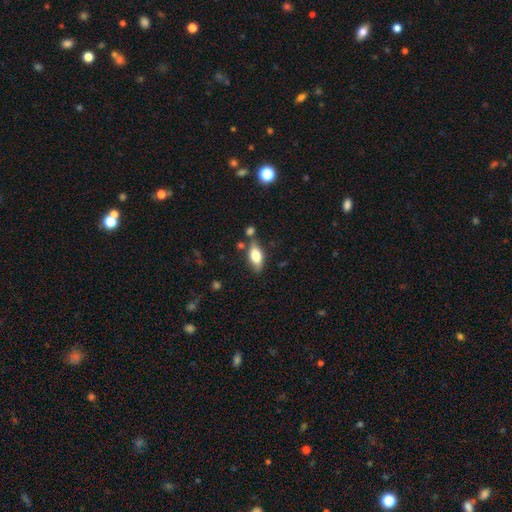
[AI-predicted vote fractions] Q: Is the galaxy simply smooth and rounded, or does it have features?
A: smooth — 73%.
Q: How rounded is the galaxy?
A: in between — 83%.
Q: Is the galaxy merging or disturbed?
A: none — 70%.